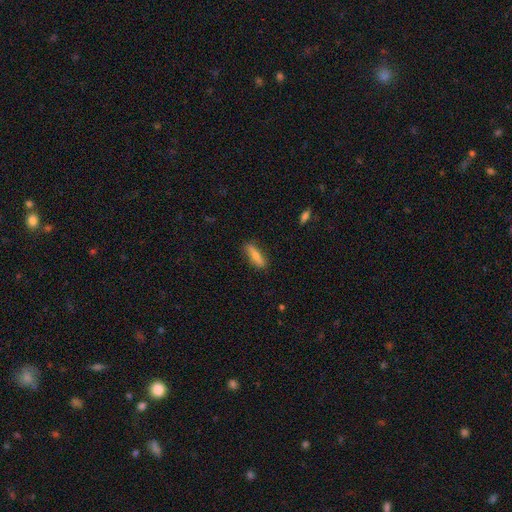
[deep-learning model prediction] The model was most divided on "how rounded": cigar-shaped: 66%, in between: 32%, round: 2%. More confident: merging — none (84%); smooth or featured — smooth (75%).